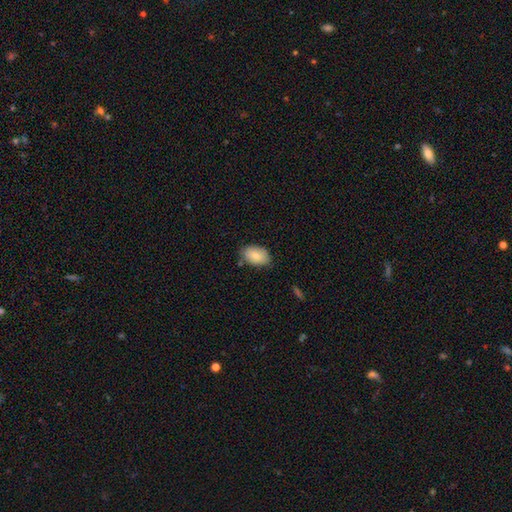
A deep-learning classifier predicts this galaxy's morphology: smooth 83%, featured or disk 10%, star or artifact 7%. Down the decision tree: how rounded — in between (90%); merging — none (78%).